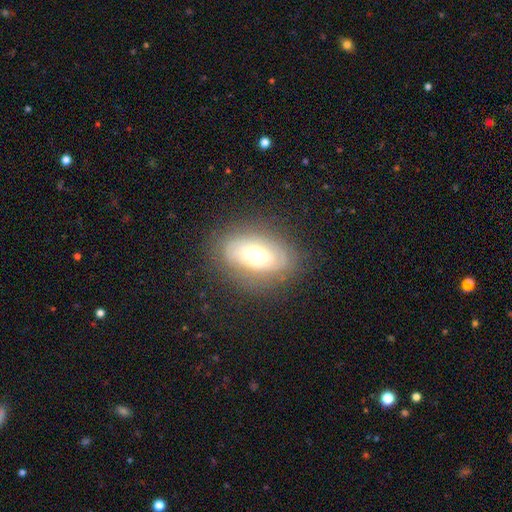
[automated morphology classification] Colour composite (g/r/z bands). It shows a featured or disk galaxy (50%). Merging: none (78%).